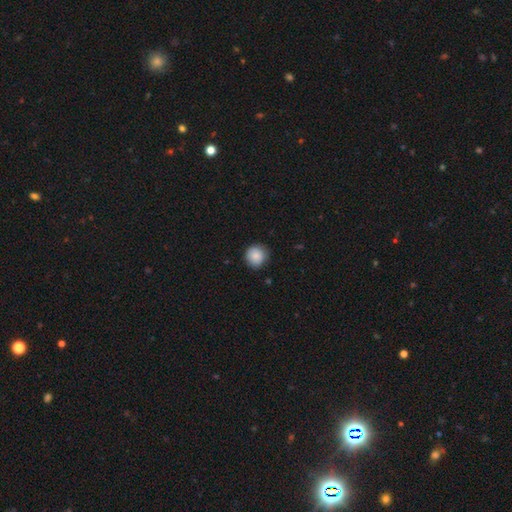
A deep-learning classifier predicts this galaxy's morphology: Smooth or featured: smooth — 88% (star or artifact — 8%)
How rounded: round — 93% (in between — 6%)
Merging: none — 85% (minor disturbance — 11%)